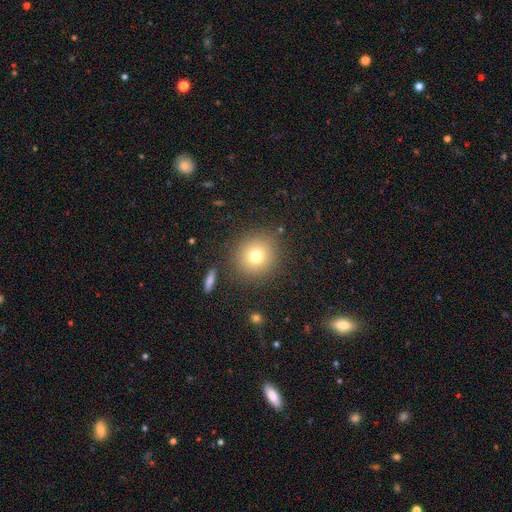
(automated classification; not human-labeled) Smooth or featured: smooth — 74% (star or artifact — 14%)
How rounded: round — 90% (in between — 9%)
Merging: none — 86% (minor disturbance — 8%)